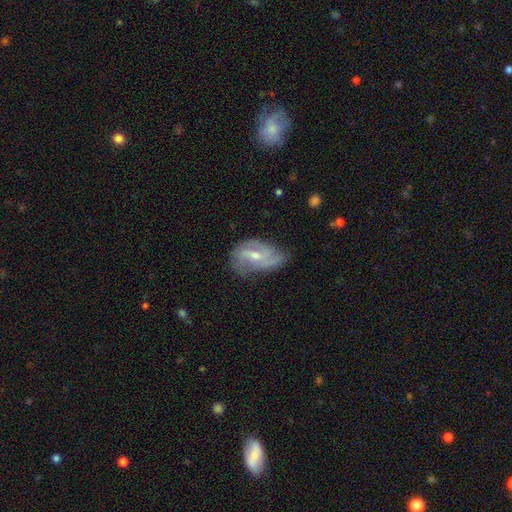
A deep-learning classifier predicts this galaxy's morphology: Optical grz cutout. It shows a featured or disk galaxy (76%) with a weak bar (49%), 2 (44%) medium (42%) spiral arms (90%) and a small central bulge (51%). Merging: none (55%).